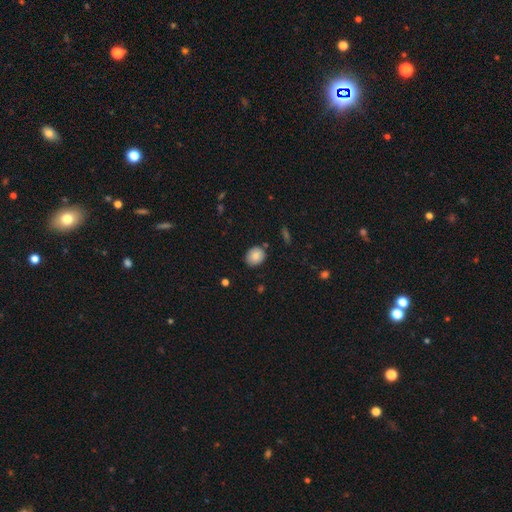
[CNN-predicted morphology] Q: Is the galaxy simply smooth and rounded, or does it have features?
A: smooth — 85%.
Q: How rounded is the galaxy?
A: round — 62%.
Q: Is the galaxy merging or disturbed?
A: none — 83%.